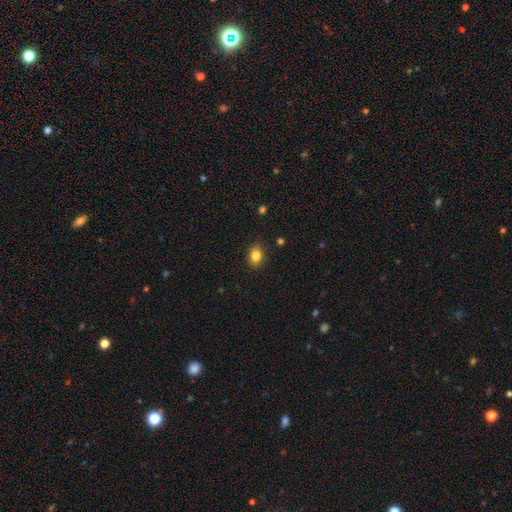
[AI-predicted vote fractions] Q: Smooth or featured?
A: smooth (84%); runner-up: star or artifact (9%)
Q: How rounded?
A: in between (71%); runner-up: round (28%)
Q: Merging?
A: none (87%); runner-up: minor disturbance (9%)